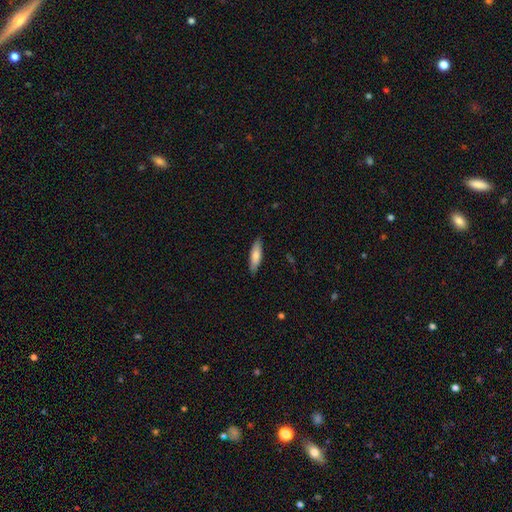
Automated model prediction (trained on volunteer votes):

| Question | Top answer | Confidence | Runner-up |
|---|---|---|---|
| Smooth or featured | smooth | 76% | featured or disk (18%) |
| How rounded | cigar-shaped | 61% | in between (37%) |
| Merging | none | 88% | minor disturbance (10%) |